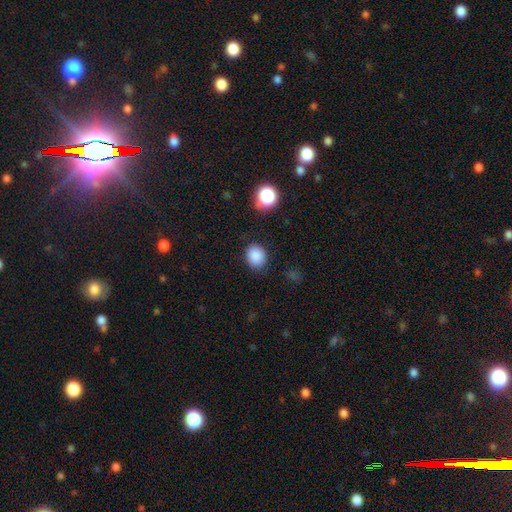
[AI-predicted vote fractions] Smooth or featured: smooth — 86% (star or artifact — 10%)
How rounded: round — 60% (in between — 39%)
Merging: none — 84% (minor disturbance — 11%)